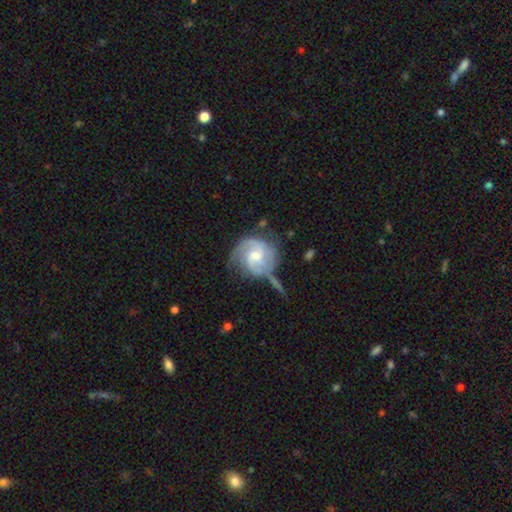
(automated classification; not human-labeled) The model was most divided on "spiral winding": medium: 47%, tight: 36%, loose: 17%. More confident: edge-on disk — no (98%); spiral arms — yes (96%); smooth or featured — featured or disk (84%); spiral arm count — 2 (64%); bulge size — moderate (55%); bar — weak (52%); merging — none (52%).